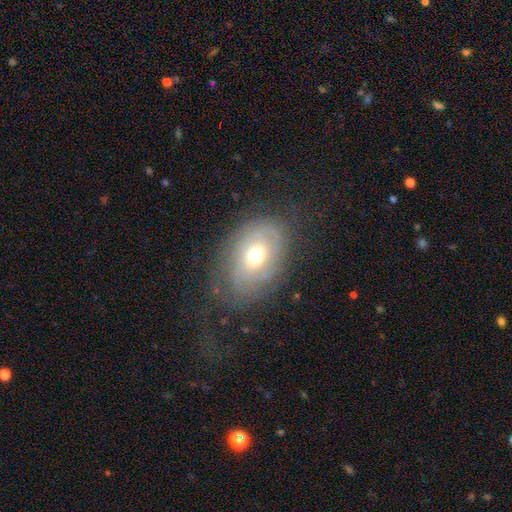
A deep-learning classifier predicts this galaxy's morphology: type=featured or disk (53%); edge-on=no (92%); merging=none (67%).